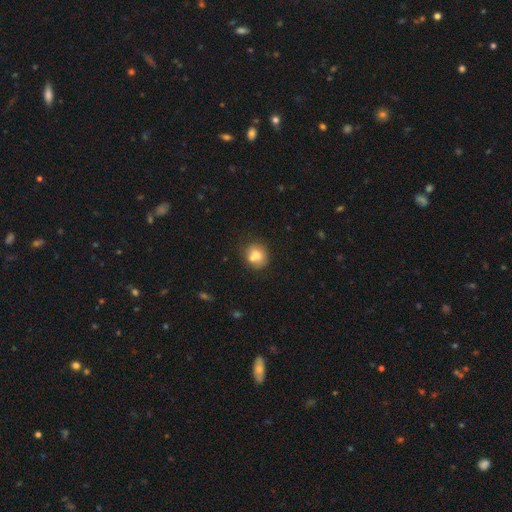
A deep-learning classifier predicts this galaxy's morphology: Q: Smooth or featured?
A: smooth (72%); runner-up: featured or disk (18%)
Q: How rounded?
A: round (76%); runner-up: in between (23%)
Q: Merging?
A: none (54%); runner-up: merger (28%)